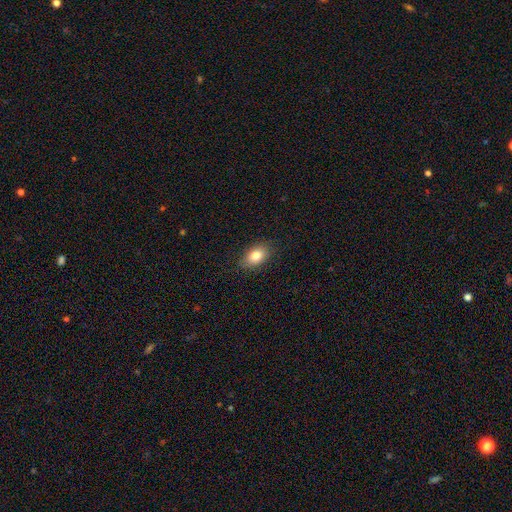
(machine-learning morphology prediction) Smooth or featured?
  - smooth: 82% *
  - featured or disk: 10%
  - star or artifact: 8%
How rounded?
  - in between: 88% *
  - round: 11%
  - cigar-shaped: 2%
Merging?
  - none: 86% *
  - minor disturbance: 11%
  - major disturbance: 2%
  - merger: 1%